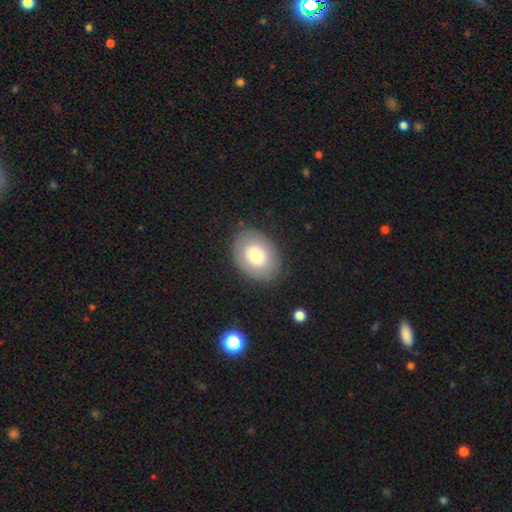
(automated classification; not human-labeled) Overall: smooth (73%). How rounded: in between (69%; round 31%). Merging: none (84%).